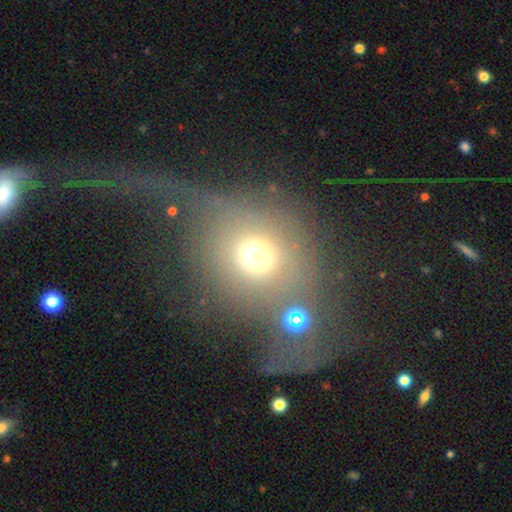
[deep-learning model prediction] Smooth or featured? smooth (60%)
How rounded? round (76%)
Merging? none (42%)